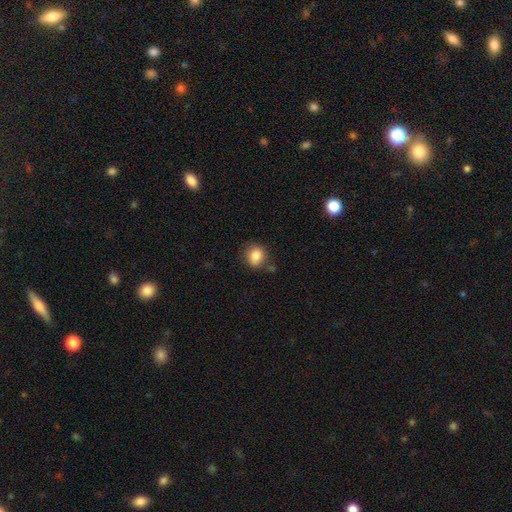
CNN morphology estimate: Q: Smooth or featured?
A: smooth (84%); runner-up: star or artifact (9%)
Q: How rounded?
A: round (63%); runner-up: in between (36%)
Q: Merging?
A: none (72%); runner-up: minor disturbance (18%)